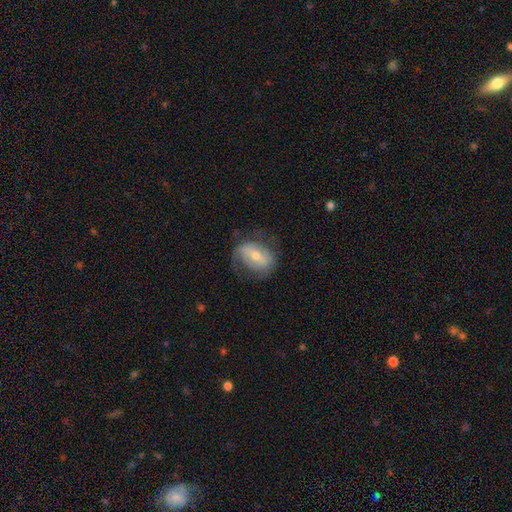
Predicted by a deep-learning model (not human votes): This is likely a featured or disk galaxy (62%). It is clearly not viewed edge-on (94%). Bar: marginally weak (41%). Spiral arm pattern: likely yes (70%). Central bulge: possibly moderate (57%). Merging: possibly none (58%).